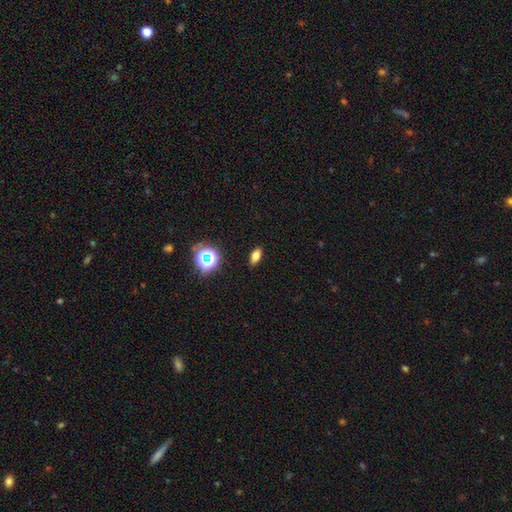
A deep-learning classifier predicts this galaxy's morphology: A smooth galaxy with no disk features (73%) that is in between round and cigar-shaped (82%). Merging: none (88%).